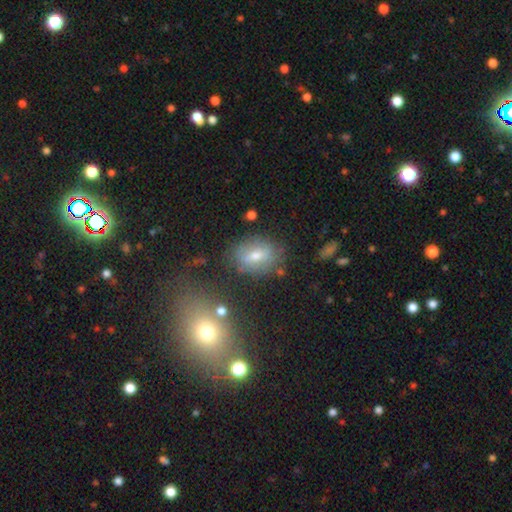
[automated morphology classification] smooth_or_featured: smooth (p=0.52) [alt: featured or disk p=0.36]
how_rounded: in between (p=0.72) [alt: round p=0.25]
merging: none (p=0.75) [alt: minor disturbance p=0.15]